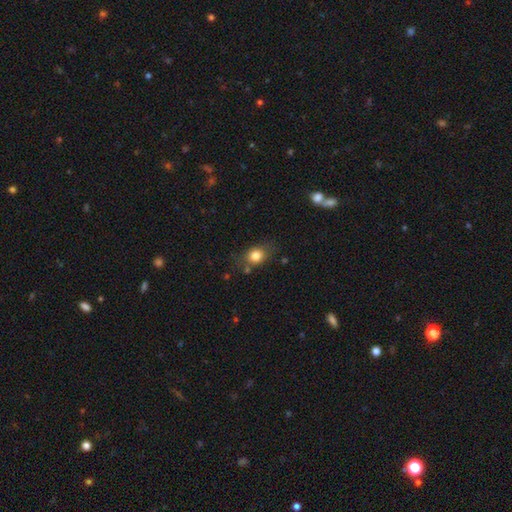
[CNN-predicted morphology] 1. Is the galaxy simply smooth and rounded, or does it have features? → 80% smooth, 10% featured or disk, 10% star or artifact.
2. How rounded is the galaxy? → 52% in between, 46% round, 2% cigar-shaped.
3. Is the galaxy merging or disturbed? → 69% none, 19% minor disturbance, 7% major disturbance, 5% merger.